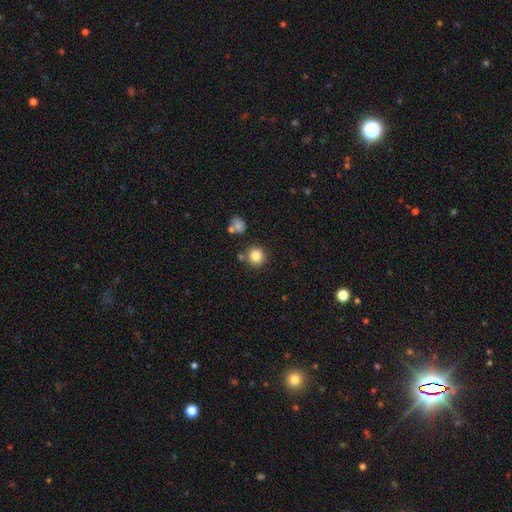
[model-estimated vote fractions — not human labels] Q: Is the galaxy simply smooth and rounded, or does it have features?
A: smooth — 84%.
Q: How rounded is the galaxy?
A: round — 92%.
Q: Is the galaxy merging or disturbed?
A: none — 81%.